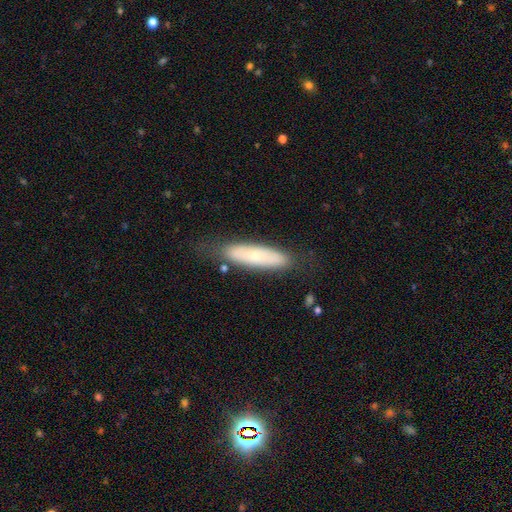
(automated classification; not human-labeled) This is likely a smooth galaxy (63%). How rounded: likely cigar-shaped (66%). Merging: likely none (75%).